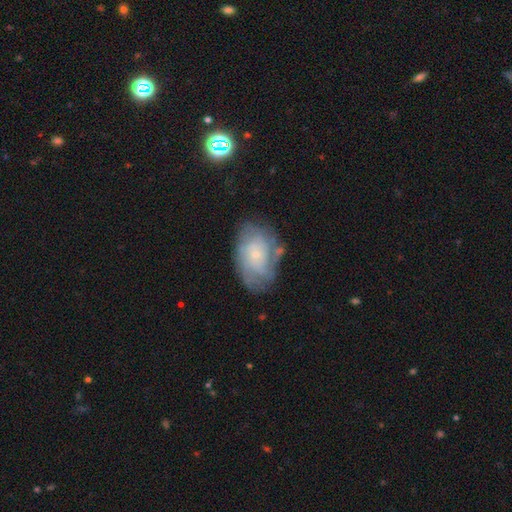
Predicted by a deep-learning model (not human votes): smooth-or-featured: featured or disk: 65% | smooth: 27% | star or artifact: 8%
  disk-edge-on: no: 96% | yes: 4%
    bar: no: 81% | weak: 17% | strong: 2%
    has-spiral-arms: yes: 79% | no: 21%
    bulge-size: small: 79% | moderate: 16% | none: 3% | large: 1% | dominant: 1%
  merging: none: 63% | minor disturbance: 22% | major disturbance: 10% | merger: 4%